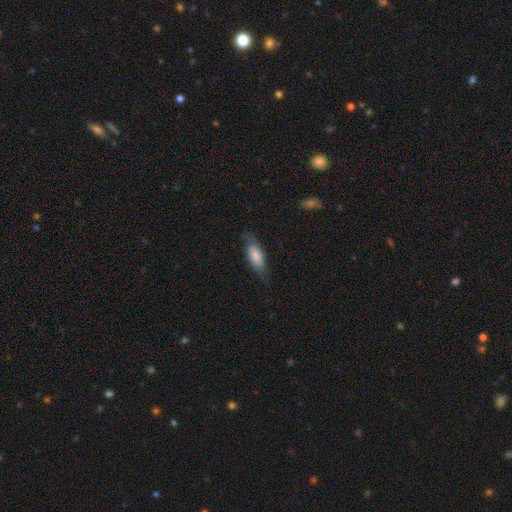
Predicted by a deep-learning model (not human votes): smooth 76%, featured or disk 18%, star or artifact 6%. Down the decision tree: how rounded — in between (67%); merging — none (74%).